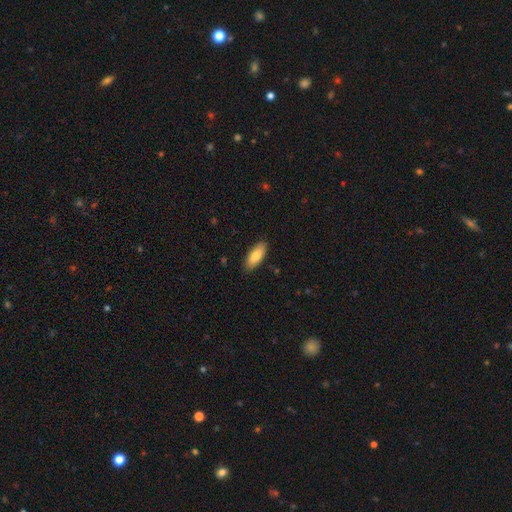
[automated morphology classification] Smooth or featured? Predicted: smooth (p=0.81). How rounded? Predicted: in between (p=0.77). Merging? Predicted: none (p=0.87).